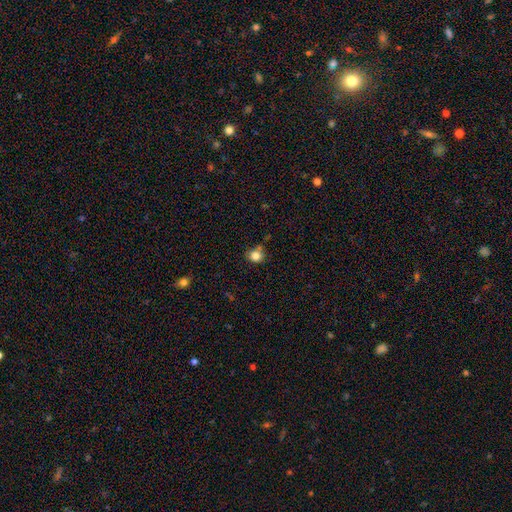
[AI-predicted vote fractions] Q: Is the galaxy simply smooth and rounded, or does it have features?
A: smooth — 83%.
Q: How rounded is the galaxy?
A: round — 81%.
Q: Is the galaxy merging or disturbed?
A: none — 70%.